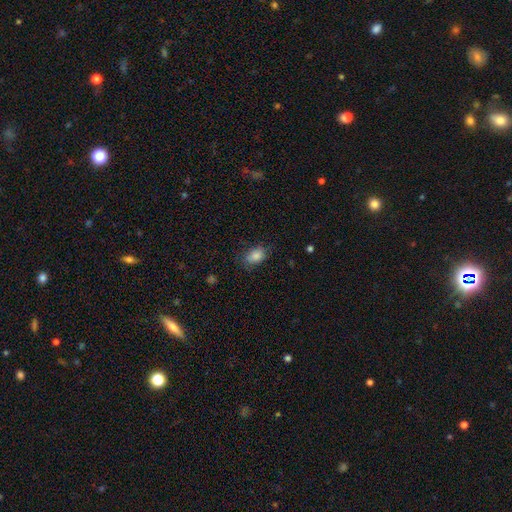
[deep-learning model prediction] A smooth galaxy with no disk features (84%) that is in between round and cigar-shaped (83%). Merging: none (70%).